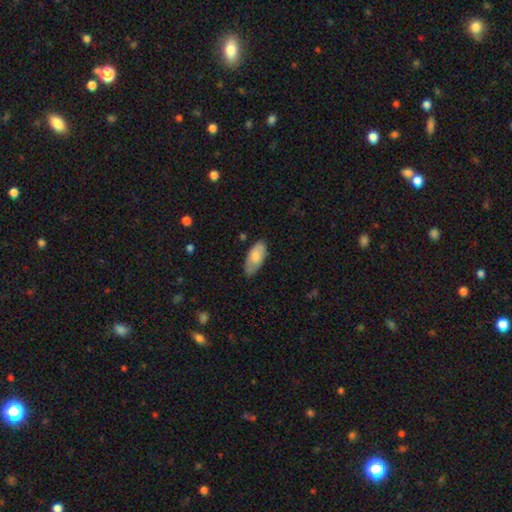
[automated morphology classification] A smooth galaxy with no disk features (78%) that is in between round and cigar-shaped (90%). Merging: none (75%).